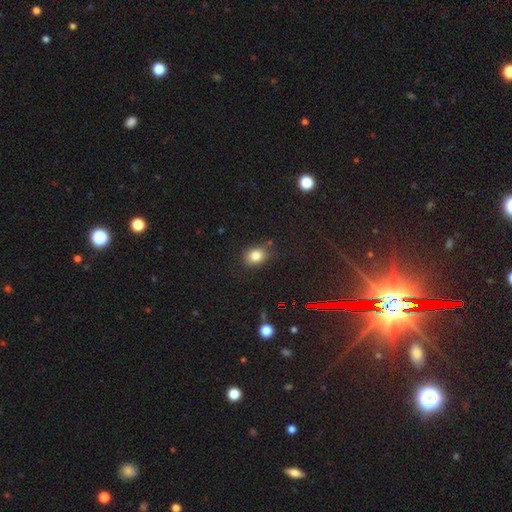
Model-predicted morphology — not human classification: smooth_or_featured: smooth (p=0.81) [alt: star or artifact p=0.12]
how_rounded: round (p=0.53) [alt: in between p=0.46]
merging: none (p=0.81) [alt: minor disturbance p=0.13]